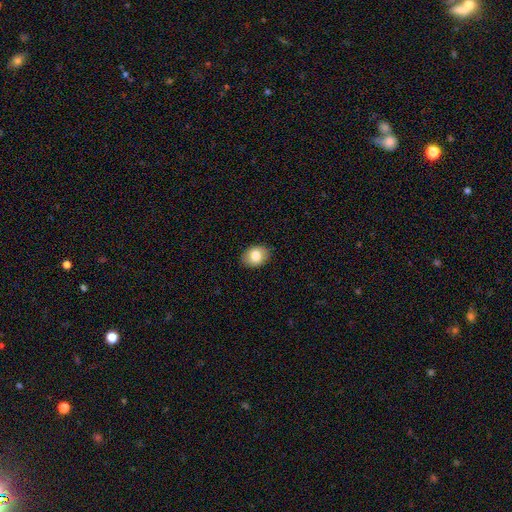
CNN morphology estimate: The model was most divided on "how rounded": in between: 68%, round: 31%, cigar-shaped: 1%. More confident: merging — none (87%); smooth or featured — smooth (81%).